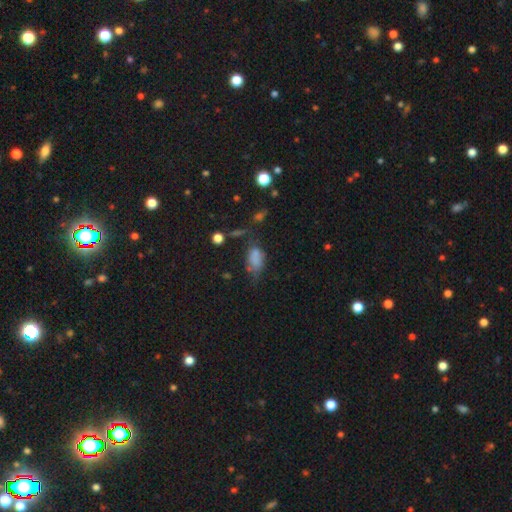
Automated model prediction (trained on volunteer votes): smooth_or_featured: smooth (p=0.64) [alt: star or artifact p=0.21]
how_rounded: in between (p=0.85) [alt: round p=0.09]
merging: none (p=0.41) [alt: minor disturbance p=0.29]